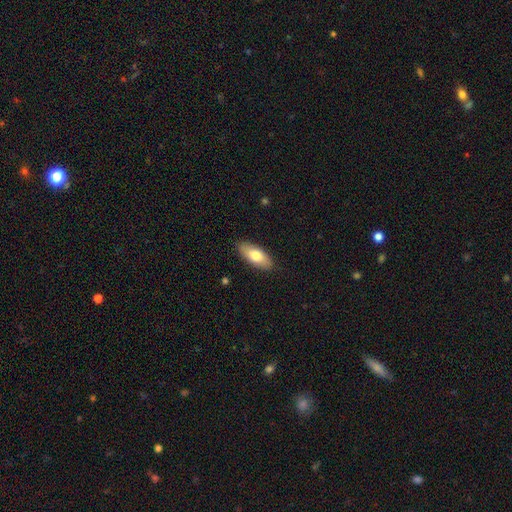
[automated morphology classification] Smooth or featured? smooth (74%)
How rounded? in between (83%)
Merging? none (88%)